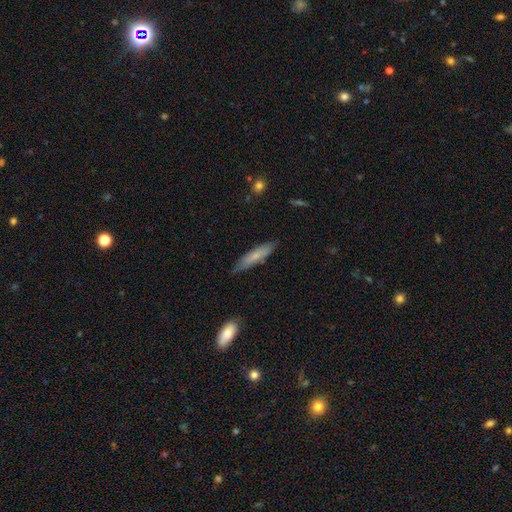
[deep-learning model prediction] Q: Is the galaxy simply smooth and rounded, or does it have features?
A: smooth — 68%.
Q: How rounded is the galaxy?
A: cigar-shaped — 80%.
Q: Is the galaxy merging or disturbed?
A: none — 79%.